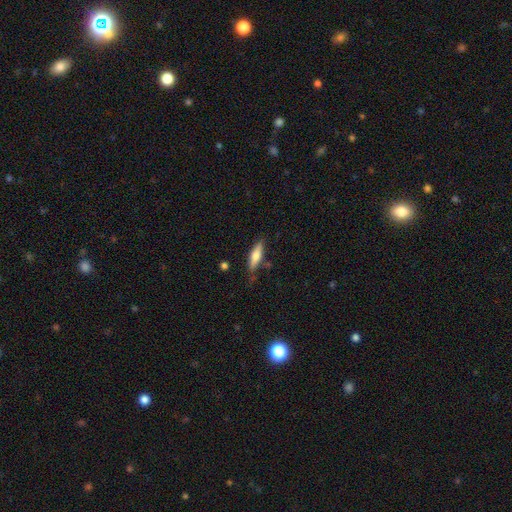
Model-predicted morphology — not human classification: Smooth or featured: smooth — 65% (featured or disk — 29%)
How rounded: cigar-shaped — 64% (in between — 34%)
Merging: none — 76% (minor disturbance — 17%)